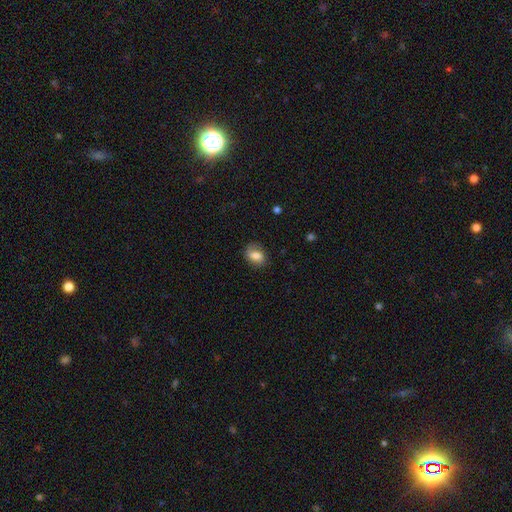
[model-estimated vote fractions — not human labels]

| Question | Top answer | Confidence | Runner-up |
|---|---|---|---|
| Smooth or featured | smooth | 76% | featured or disk (15%) |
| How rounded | in between | 73% | round (25%) |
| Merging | none | 69% | minor disturbance (22%) |